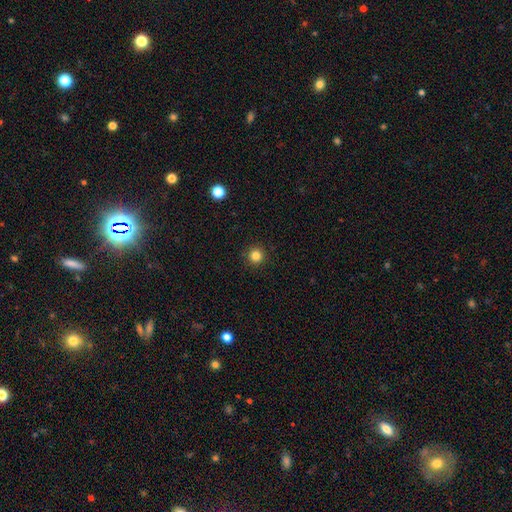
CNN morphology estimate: Smooth or featured?
  - smooth: 83% *
  - star or artifact: 12%
  - featured or disk: 4%
How rounded?
  - round: 96% *
  - in between: 3%
  - cigar-shaped: 1%
Merging?
  - none: 93% *
  - minor disturbance: 5%
  - major disturbance: 2%
  - merger: 1%